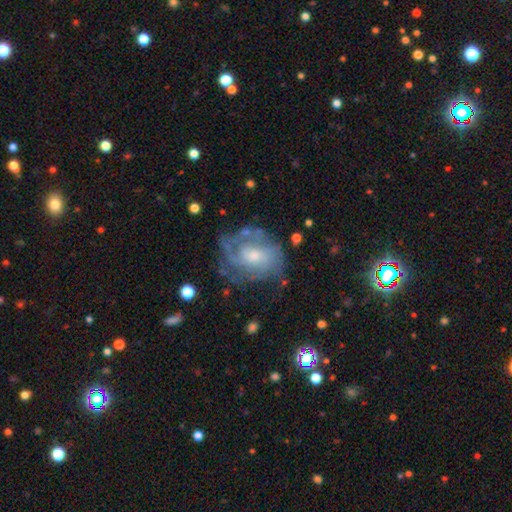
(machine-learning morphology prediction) Smooth or featured?
  - featured or disk: 75% *
  - smooth: 17%
  - star or artifact: 8%
Edge-on disk?
  - no: 97% *
  - yes: 3%
Bar?
  - no: 65% *
  - weak: 30%
  - strong: 5%
Spiral arms?
  - yes: 83% *
  - no: 17%
Spiral winding?
  - tight: 49% *
  - medium: 36%
  - loose: 14%
Spiral arm count?
  - can't tell: 45% *
  - 2: 20%
  - 3: 16%
  - 4: 8%
  - 1: 7%
  - more than 4: 5%
Bulge size?
  - moderate: 48% *
  - small: 39%
  - large: 6%
  - none: 5%
  - dominant: 1%
Merging?
  - none: 59% *
  - minor disturbance: 22%
  - major disturbance: 16%
  - merger: 3%